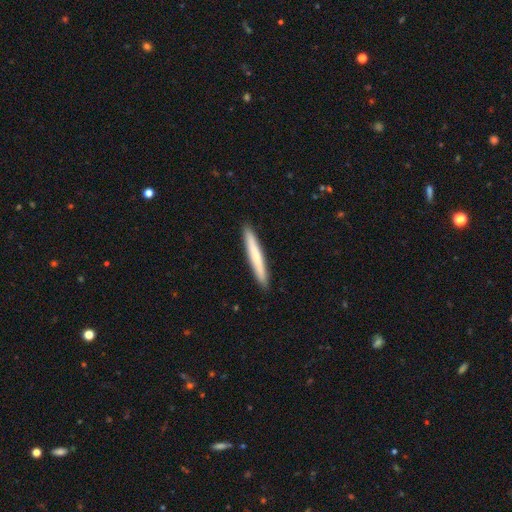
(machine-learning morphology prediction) This appears to be a smooth galaxy with no disk features (66%) that is cigar-shaped (96%). Merging: none (92%).